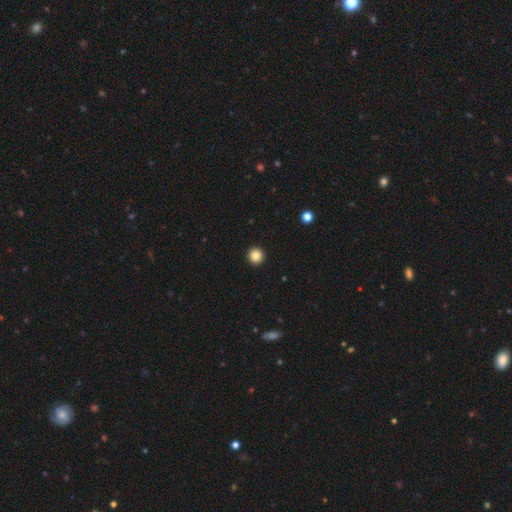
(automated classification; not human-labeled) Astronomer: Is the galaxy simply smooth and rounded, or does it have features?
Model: smooth — 85%.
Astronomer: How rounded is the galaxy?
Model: round — 96%.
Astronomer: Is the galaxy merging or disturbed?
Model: none — 94%.